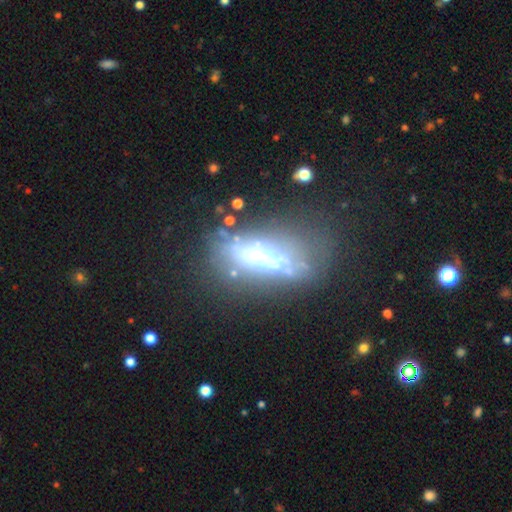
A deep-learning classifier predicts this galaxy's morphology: A featured or disk galaxy (56%). Merging: none (45%).